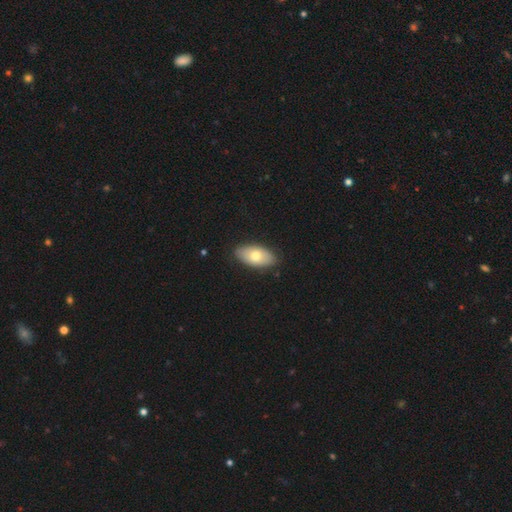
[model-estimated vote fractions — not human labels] Overall: smooth (70%). How rounded: in between (93%). Merging: none (87%).